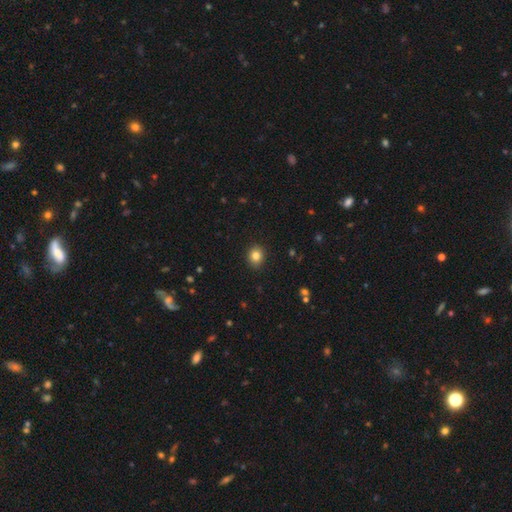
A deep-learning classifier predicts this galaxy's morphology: type=smooth (83%); roundness=round (71%); merging=none (90%).